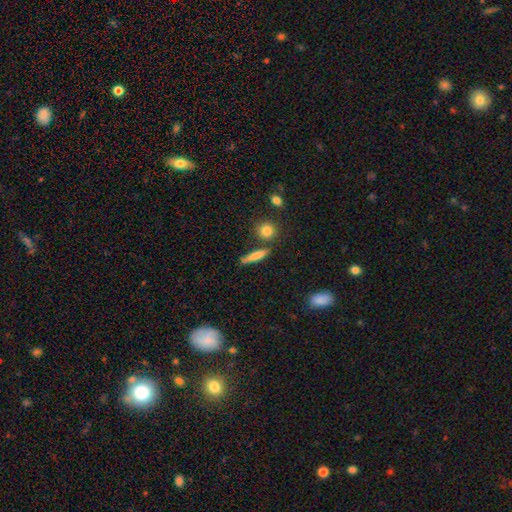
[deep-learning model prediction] smooth 74%, featured or disk 18%, star or artifact 8%. Down the decision tree: how rounded — cigar-shaped (80%); merging — none (75%).